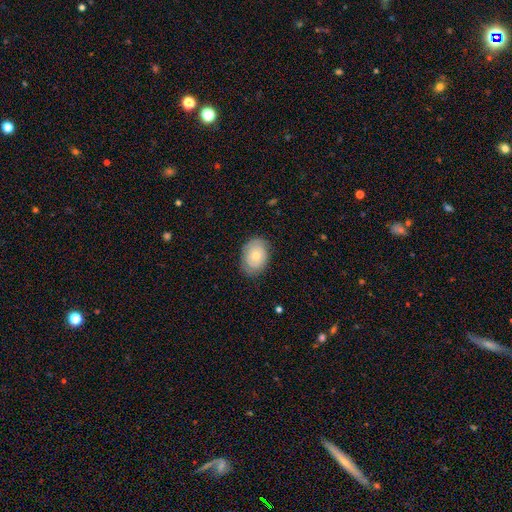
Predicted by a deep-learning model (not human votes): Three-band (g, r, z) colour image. It shows a smooth galaxy with no disk features (58%) that is in between round and cigar-shaped (69%). Merging: none (78%).